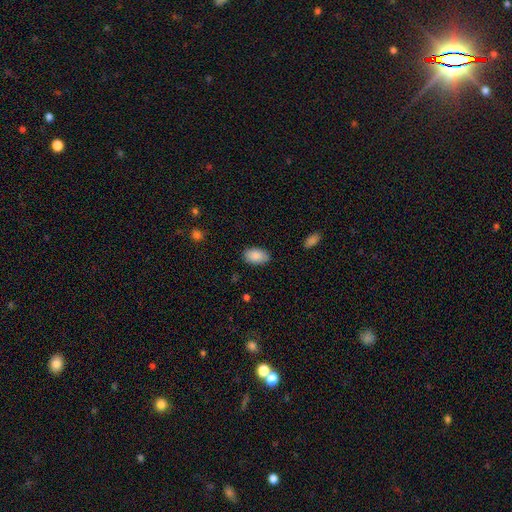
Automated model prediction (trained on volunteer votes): A smooth galaxy with no disk features (88%) that is in between round and cigar-shaped (93%).

Vote fractions:
- Smooth or featured? smooth: 88% / star or artifact: 7% / featured or disk: 5%
- How rounded? in between: 93% / round: 6% / cigar-shaped: 1%
- Merging? none: 84% / minor disturbance: 13% / major disturbance: 3% / merger: 1%